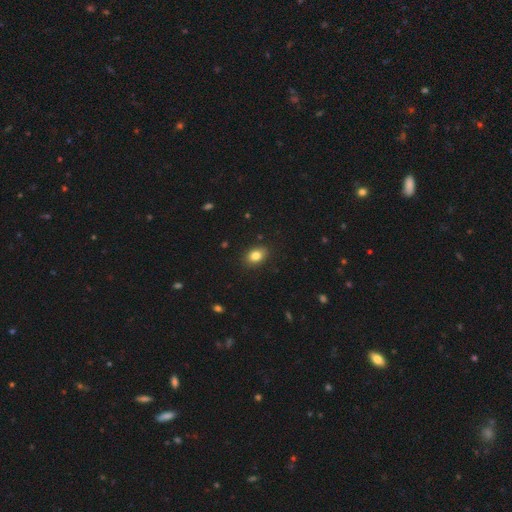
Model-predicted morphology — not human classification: The model was most divided on "how rounded": in between: 76%, round: 23%, cigar-shaped: 1%. More confident: merging — none (88%); smooth or featured — smooth (83%).